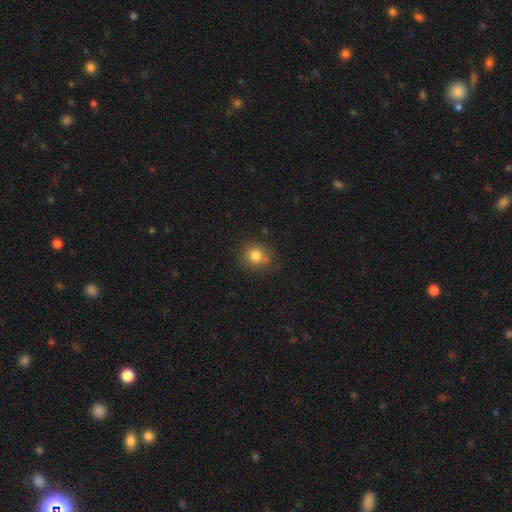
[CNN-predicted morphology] Smooth or featured?
  - smooth: 81% *
  - star or artifact: 12%
  - featured or disk: 7%
How rounded?
  - round: 80% *
  - in between: 19%
  - cigar-shaped: 1%
Merging?
  - none: 80% *
  - minor disturbance: 14%
  - major disturbance: 4%
  - merger: 2%